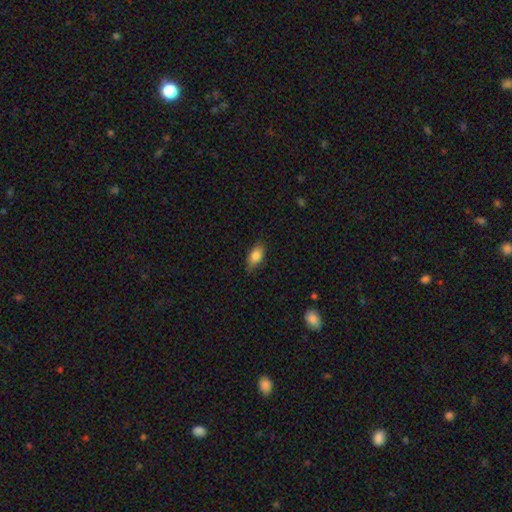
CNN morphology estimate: Smooth or featured? smooth (83%)
How rounded? in between (88%)
Merging? none (77%)